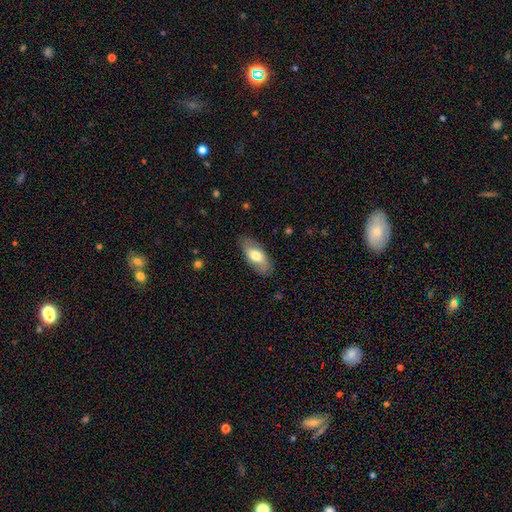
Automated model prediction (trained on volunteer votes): Morphology: type=smooth (65%); roundness=in between (86%); merging=none (84%).